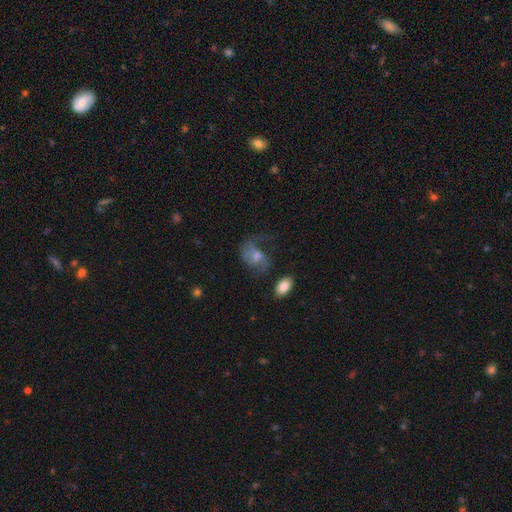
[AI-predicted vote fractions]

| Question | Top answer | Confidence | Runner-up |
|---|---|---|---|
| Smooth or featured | featured or disk | 60% | smooth (28%) |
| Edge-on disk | no | 97% | yes (3%) |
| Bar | no | 56% | weak (35%) |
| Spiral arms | yes | 82% | no (18%) |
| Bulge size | moderate | 47% | small (37%) |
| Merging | none | 45% | major disturbance (29%) |